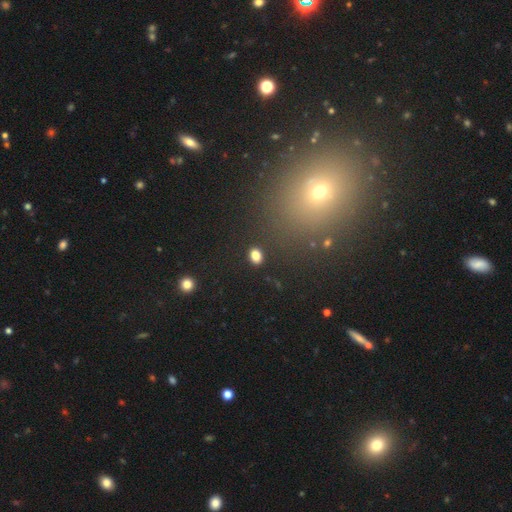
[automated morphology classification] Overall: smooth (83%). How rounded: in between (72%). Merging: none (89%).